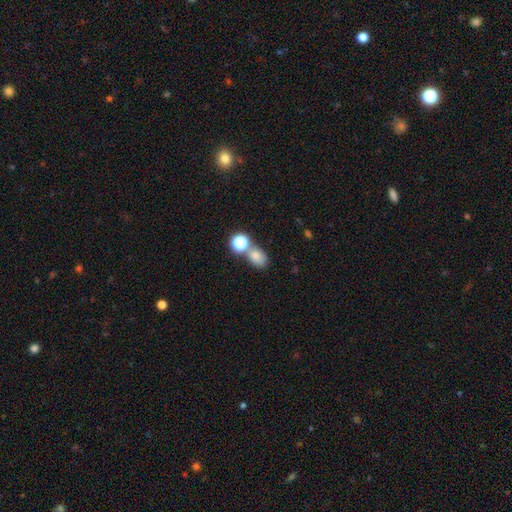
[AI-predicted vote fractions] Q: Smooth or featured?
A: smooth (74%); runner-up: star or artifact (17%)
Q: How rounded?
A: in between (62%); runner-up: round (37%)
Q: Merging?
A: none (55%); runner-up: merger (29%)